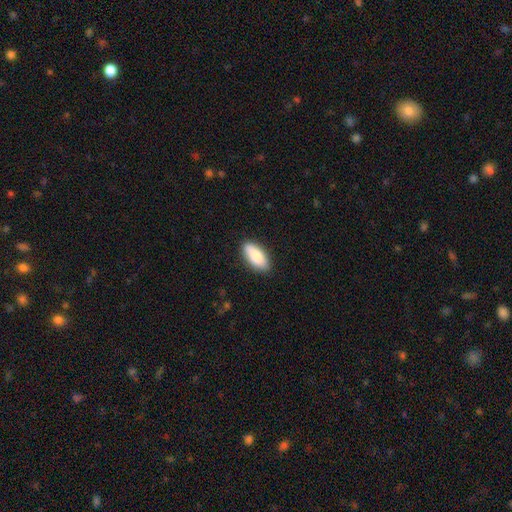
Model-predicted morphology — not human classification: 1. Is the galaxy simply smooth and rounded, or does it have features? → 82% smooth, 12% featured or disk, 6% star or artifact.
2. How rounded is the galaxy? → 87% in between, 11% cigar-shaped, 2% round.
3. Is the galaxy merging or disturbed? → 87% none, 10% minor disturbance, 2% major disturbance, 1% merger.